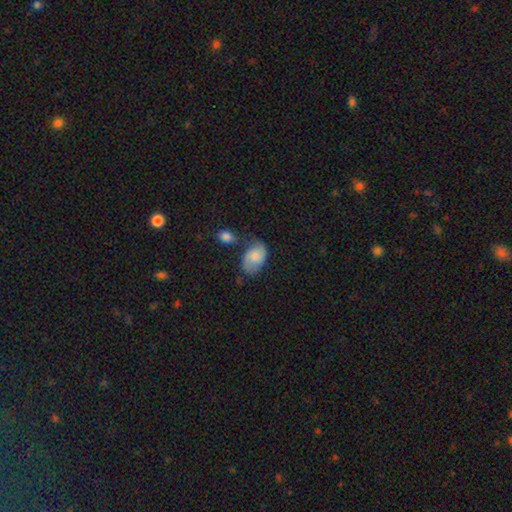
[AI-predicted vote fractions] Morphology: type=smooth (55%); roundness=in between (85%); merging=none (50%).